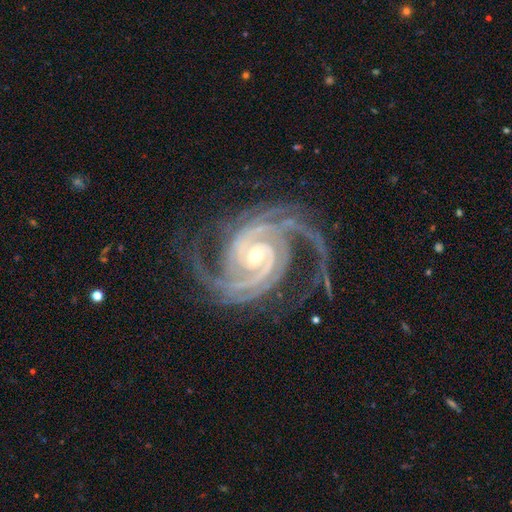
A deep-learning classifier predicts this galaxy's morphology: smooth_or_featured: featured or disk (p=0.94) [alt: star or artifact p=0.04]
disk_edge_on: no (p=0.98) [alt: yes p=0.02]
bar: no (p=0.45) [alt: weak p=0.32]
has_spiral_arms: yes (p=0.99) [alt: no p=0.01]
spiral_winding: tight (p=0.57) [alt: medium p=0.37]
spiral_arm_count: 2 (p=0.30) [alt: 3 p=0.28]
bulge_size: small (p=0.57) [alt: moderate p=0.39]
merging: none (p=0.70) [alt: minor disturbance p=0.16]